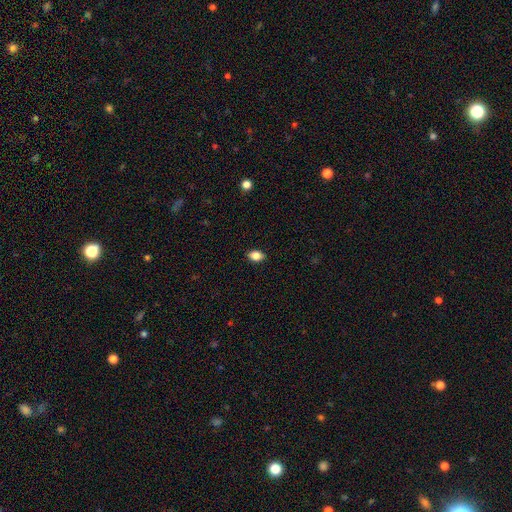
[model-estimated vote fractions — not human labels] The model was most divided on "how rounded": in between: 82%, round: 16%, cigar-shaped: 2%. More confident: merging — none (88%); smooth or featured — smooth (85%).